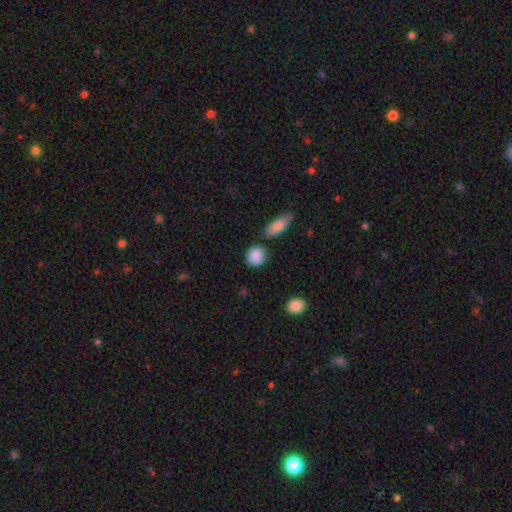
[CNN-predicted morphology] Smooth or featured? Predicted: smooth (p=0.88). How rounded? Predicted: round (p=0.83). Merging? Predicted: none (p=0.74).